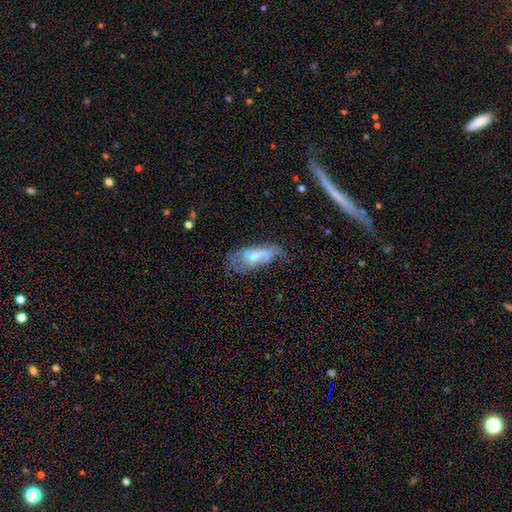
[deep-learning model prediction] Overall: featured or disk (51%; smooth 39%). Edge-on disk: no (85%). Merging: none (34%; major disturbance 30%).